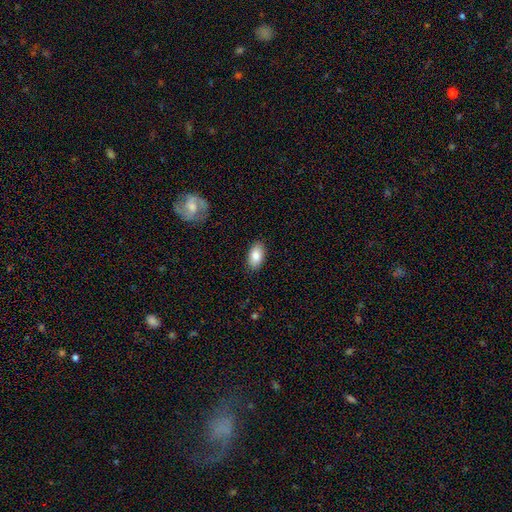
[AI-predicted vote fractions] Morphology: type=smooth (84%); roundness=in between (93%); merging=none (88%).